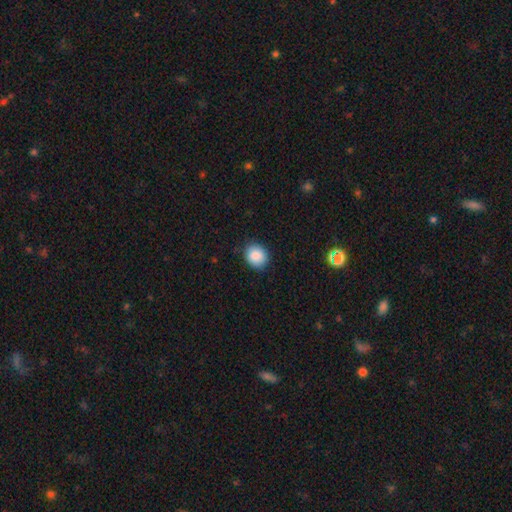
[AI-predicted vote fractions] Morphology: type=smooth (88%); roundness=round (69%); merging=none (87%).